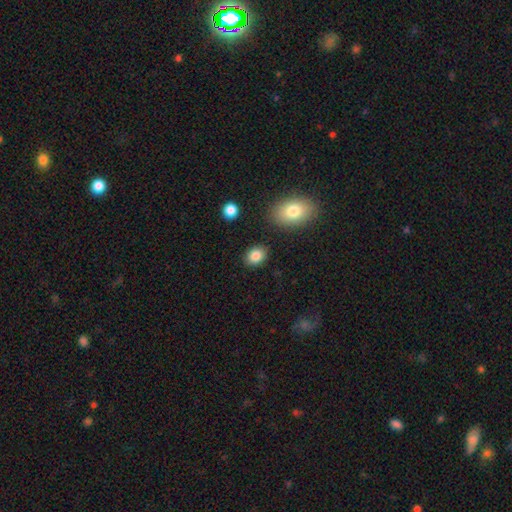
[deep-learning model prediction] smooth_or_featured: smooth (p=0.85) [alt: star or artifact p=0.09]
how_rounded: in between (p=0.64) [alt: round p=0.35]
merging: none (p=0.86) [alt: minor disturbance p=0.09]